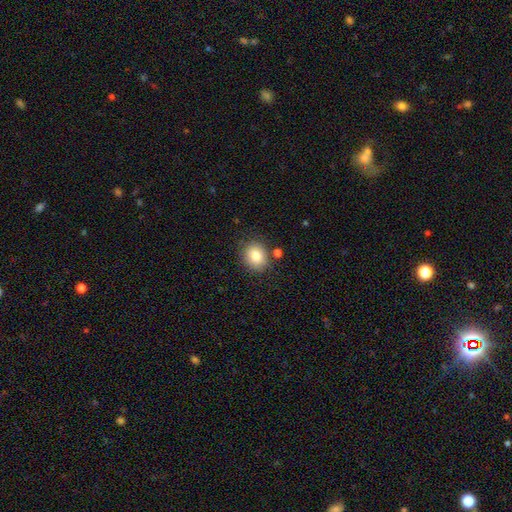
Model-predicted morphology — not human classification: A smooth galaxy with no disk features (83%) that is round (69%).

Vote fractions:
- Smooth or featured? smooth: 83% / star or artifact: 9% / featured or disk: 8%
- How rounded? round: 69% / in between: 30% / cigar-shaped: 1%
- Merging? none: 81% / minor disturbance: 11% / merger: 5% / major disturbance: 3%